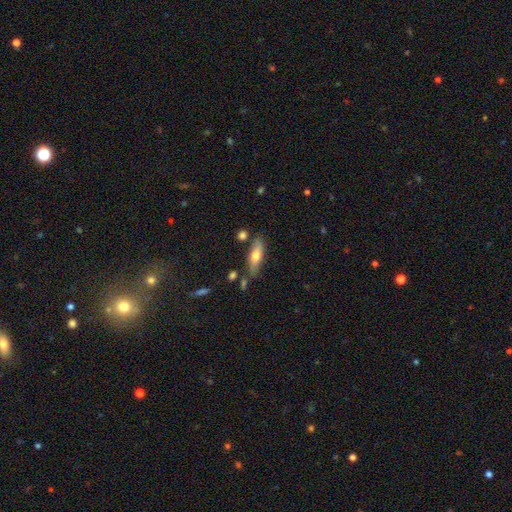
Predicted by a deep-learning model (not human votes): Q: Smooth or featured?
A: smooth (60%); runner-up: featured or disk (33%)
Q: How rounded?
A: in between (50%); runner-up: cigar-shaped (47%)
Q: Merging?
A: none (72%); runner-up: minor disturbance (16%)